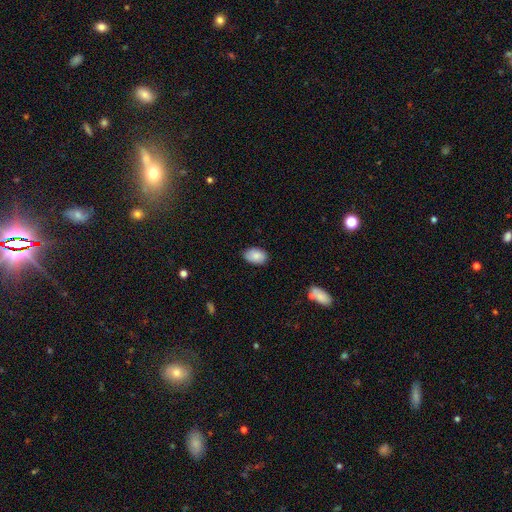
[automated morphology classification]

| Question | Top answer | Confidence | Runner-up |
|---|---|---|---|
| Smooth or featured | smooth | 86% | featured or disk (7%) |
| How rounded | in between | 88% | round (11%) |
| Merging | none | 83% | minor disturbance (14%) |